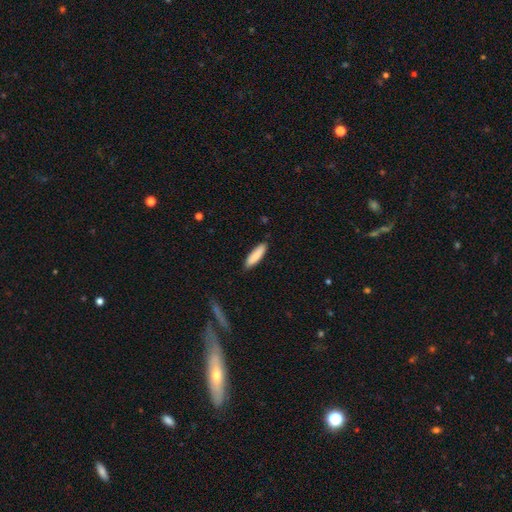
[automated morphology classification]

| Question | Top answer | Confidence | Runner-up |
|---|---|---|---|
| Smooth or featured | smooth | 85% | featured or disk (9%) |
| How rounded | cigar-shaped | 65% | in between (34%) |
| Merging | none | 86% | minor disturbance (11%) |